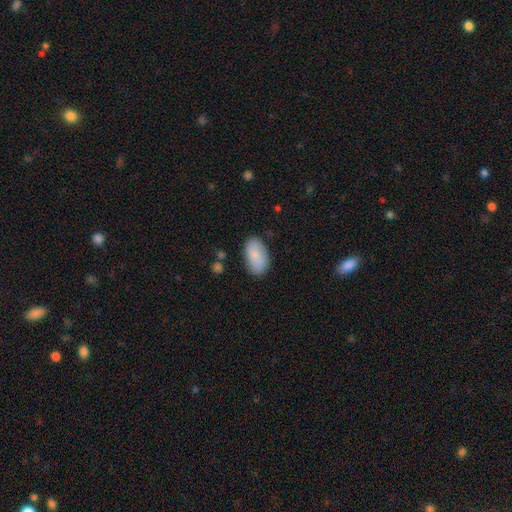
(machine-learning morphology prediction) A smooth galaxy with no disk features (82%) that is in between round and cigar-shaped (94%).

Vote fractions:
- Smooth or featured? smooth: 82% / featured or disk: 12% / star or artifact: 6%
- How rounded? in between: 94% / round: 4% / cigar-shaped: 2%
- Merging? none: 81% / minor disturbance: 14% / major disturbance: 3% / merger: 2%